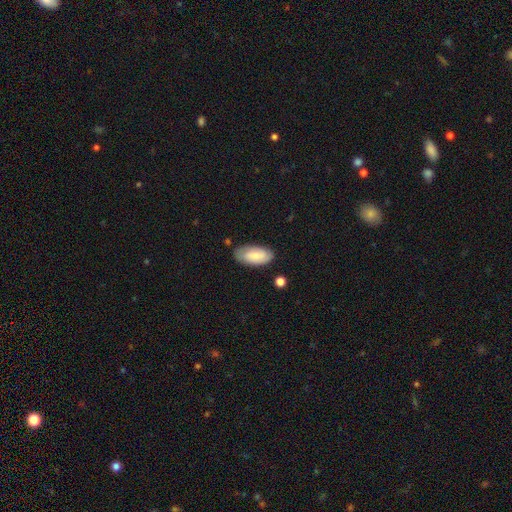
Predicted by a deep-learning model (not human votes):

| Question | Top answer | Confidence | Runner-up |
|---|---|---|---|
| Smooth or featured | smooth | 68% | featured or disk (26%) |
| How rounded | in between | 93% | cigar-shaped (5%) |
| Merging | none | 76% | minor disturbance (17%) |